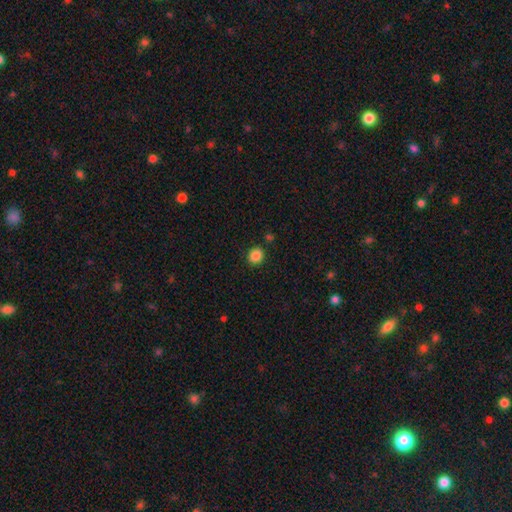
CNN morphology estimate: This is clearly a smooth galaxy (86%). How rounded: likely round (77%). Merging: clearly none (87%).